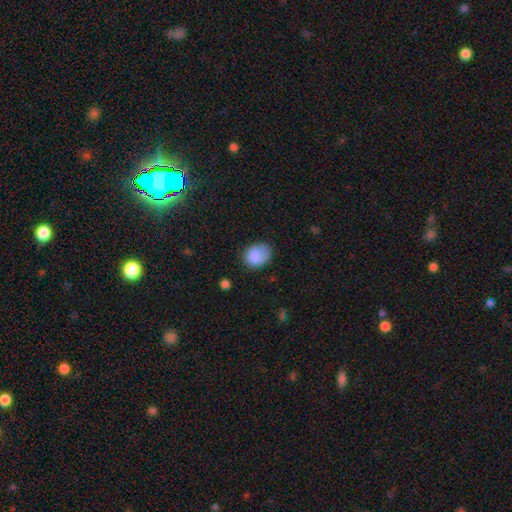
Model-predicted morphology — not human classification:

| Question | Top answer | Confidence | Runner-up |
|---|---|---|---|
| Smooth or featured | smooth | 84% | featured or disk (8%) |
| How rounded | round | 50% | in between (49%) |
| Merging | none | 63% | minor disturbance (26%) |